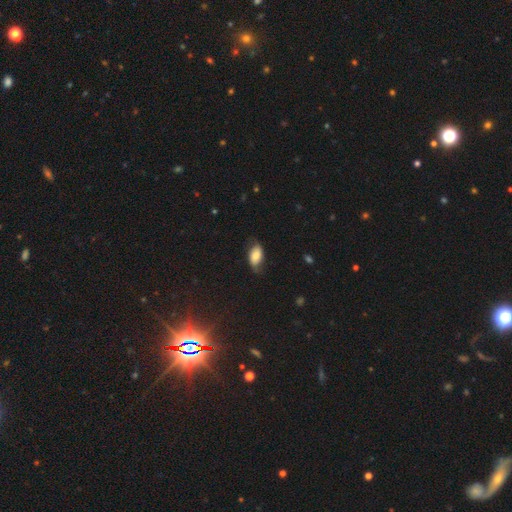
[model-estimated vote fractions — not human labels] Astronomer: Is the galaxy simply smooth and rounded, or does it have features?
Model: smooth — 71%.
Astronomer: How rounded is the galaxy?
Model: in between — 92%.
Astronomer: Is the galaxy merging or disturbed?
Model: none — 59%.